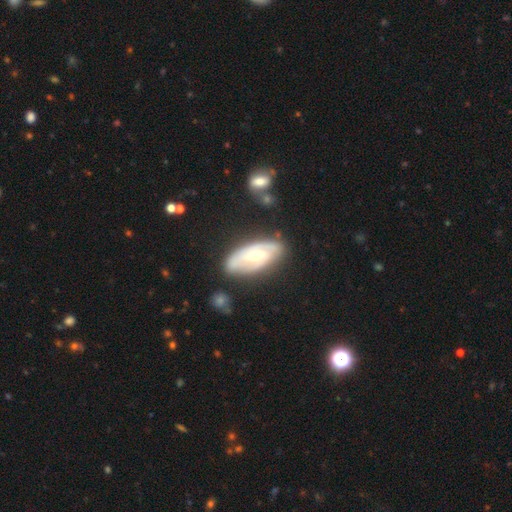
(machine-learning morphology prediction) The model was most divided on "bar": no: 51%, weak: 34%, strong: 14%. More confident: edge-on disk — no (88%); bulge size — moderate (71%); smooth or featured — featured or disk (70%); merging — none (70%); spiral arms — yes (69%).